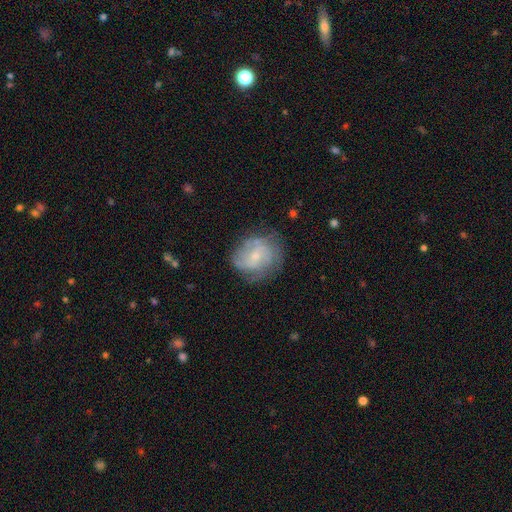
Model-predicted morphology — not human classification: Smooth or featured: featured or disk — 61% (smooth — 30%)
Edge-on disk: no — 97% (yes — 3%)
Bar: no — 68% (weak — 27%)
Spiral arms: yes — 79% (no — 21%)
Bulge size: small — 67% (moderate — 26%)
Merging: none — 65% (minor disturbance — 22%)